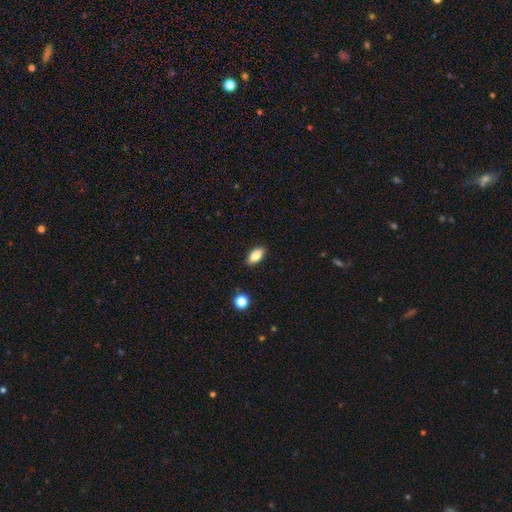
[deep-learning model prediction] Smooth or featured? Predicted: smooth (p=0.80). How rounded? Predicted: in between (p=0.88). Merging? Predicted: none (p=0.88).